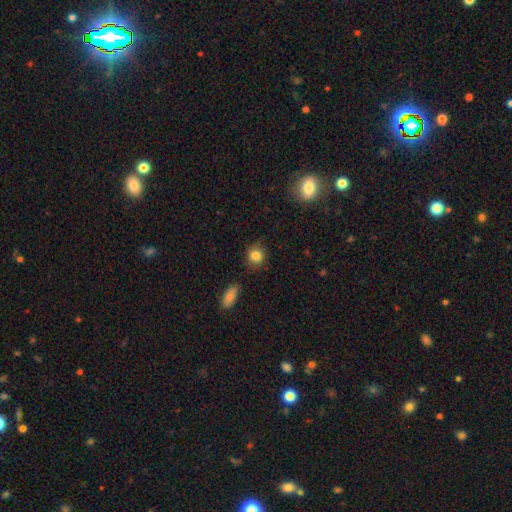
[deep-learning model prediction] The model was most divided on "how rounded": round: 80%, in between: 19%, cigar-shaped: 1%. More confident: smooth or featured — smooth (83%); merging — none (79%).